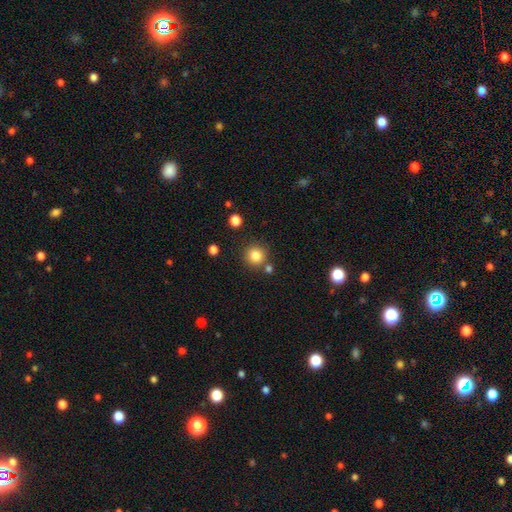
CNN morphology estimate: smooth_or_featured: smooth (p=0.83) [alt: star or artifact p=0.12]
how_rounded: round (p=0.92) [alt: in between p=0.07]
merging: none (p=0.80) [alt: merger p=0.09]